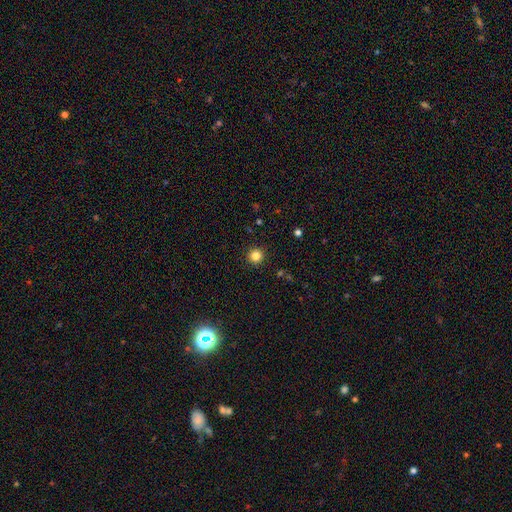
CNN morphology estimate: Overall: smooth (83%). How rounded: round (95%). Merging: none (92%).